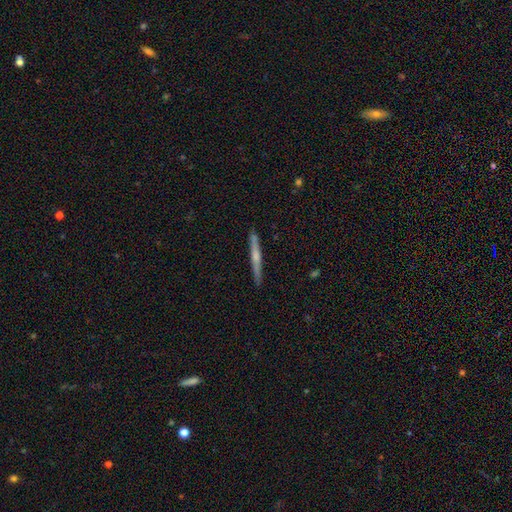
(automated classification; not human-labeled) Overall: featured or disk (57%; smooth 37%). Edge-on disk: yes (98%). Edge-on bulge: rounded (54%; none 36%). Merging: none (90%).